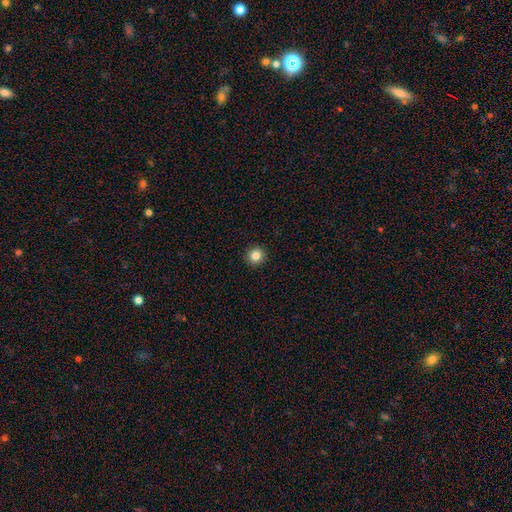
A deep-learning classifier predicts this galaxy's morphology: Q: Smooth or featured?
A: smooth (84%); runner-up: star or artifact (11%)
Q: How rounded?
A: round (95%); runner-up: in between (4%)
Q: Merging?
A: none (93%); runner-up: minor disturbance (4%)